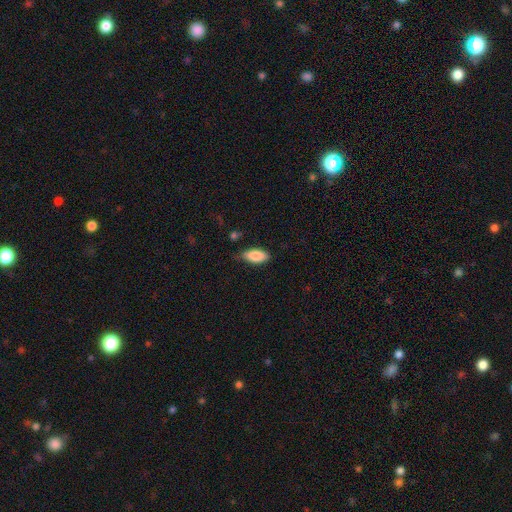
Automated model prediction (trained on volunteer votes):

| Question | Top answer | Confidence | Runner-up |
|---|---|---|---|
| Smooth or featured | smooth | 86% | featured or disk (8%) |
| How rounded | in between | 88% | cigar-shaped (9%) |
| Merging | none | 67% | minor disturbance (26%) |